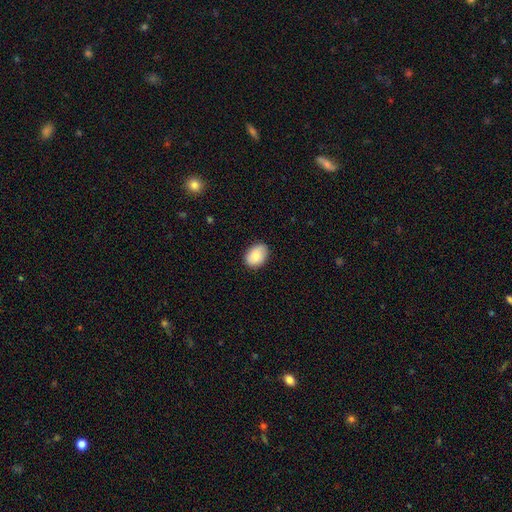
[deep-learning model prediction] Smooth or featured: smooth — 84% (featured or disk — 9%)
How rounded: in between — 78% (round — 21%)
Merging: none — 84% (minor disturbance — 13%)